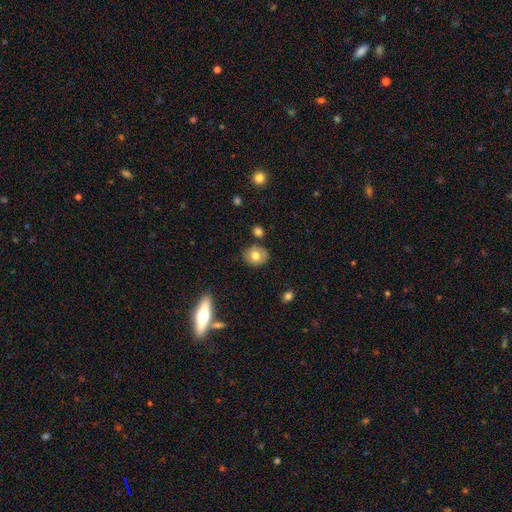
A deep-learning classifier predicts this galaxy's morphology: Overall: smooth (74%). How rounded: round (68%; in between 31%). Merging: none (78%).